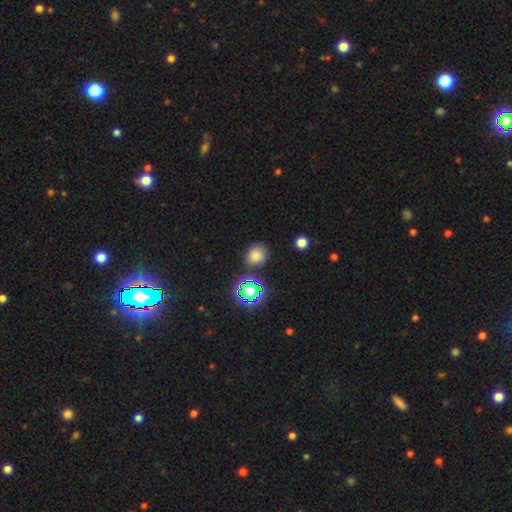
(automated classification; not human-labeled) Overall: smooth (72%). How rounded: round (70%). Merging: none (77%).